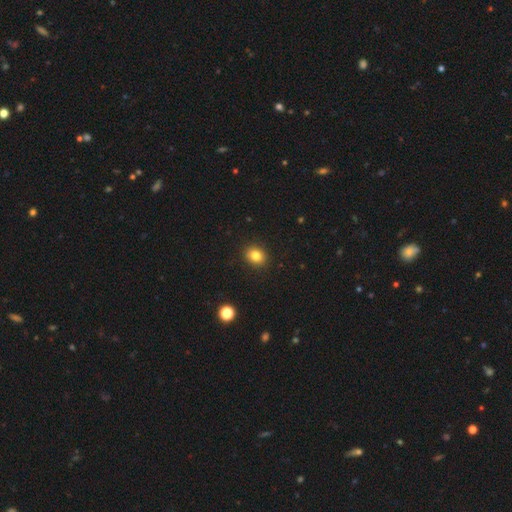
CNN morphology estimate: Smooth or featured?
  - smooth: 82% *
  - star or artifact: 11%
  - featured or disk: 7%
How rounded?
  - round: 64% *
  - in between: 35%
  - cigar-shaped: 1%
Merging?
  - none: 91% *
  - minor disturbance: 6%
  - major disturbance: 2%
  - merger: 1%